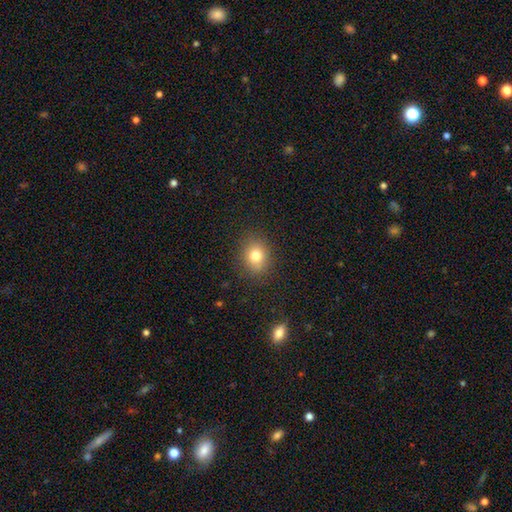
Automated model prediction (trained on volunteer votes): Smooth or featured? smooth (77%)
How rounded? round (62%)
Merging? none (86%)